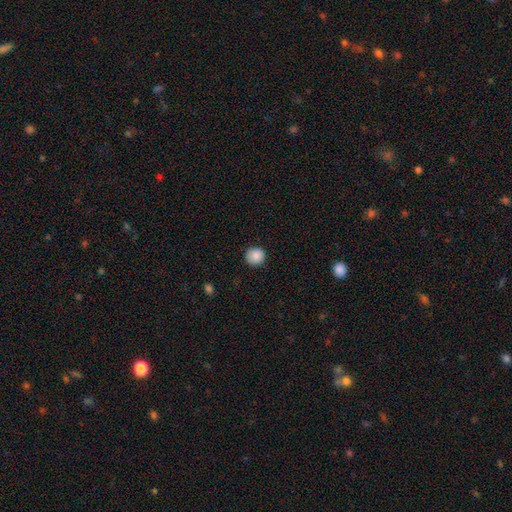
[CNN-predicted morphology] smooth-or-featured: smooth: 88% | star or artifact: 9% | featured or disk: 4%
  how-rounded: round: 92% | in between: 7% | cigar-shaped: 1%
  merging: none: 89% | minor disturbance: 8% | major disturbance: 2% | merger: 1%